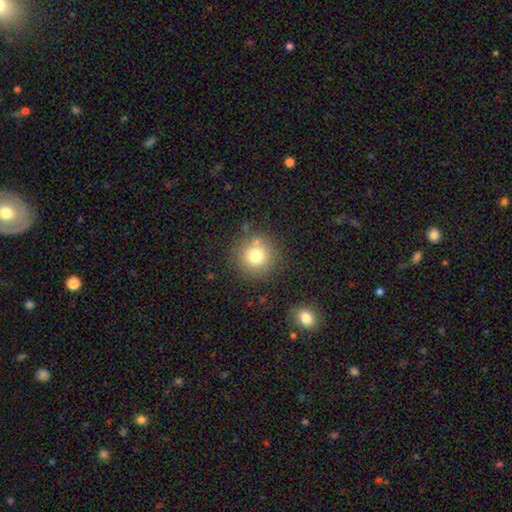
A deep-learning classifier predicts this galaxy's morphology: smooth_or_featured: smooth (p=0.75) [alt: star or artifact p=0.13]
how_rounded: round (p=0.94) [alt: in between p=0.05]
merging: none (p=0.80) [alt: minor disturbance p=0.10]